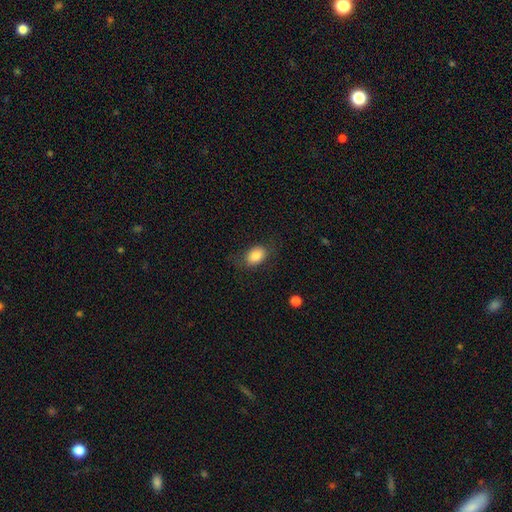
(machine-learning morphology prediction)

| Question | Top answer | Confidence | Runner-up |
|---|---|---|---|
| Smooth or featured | smooth | 84% | star or artifact (8%) |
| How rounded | in between | 79% | round (20%) |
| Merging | none | 75% | minor disturbance (17%) |